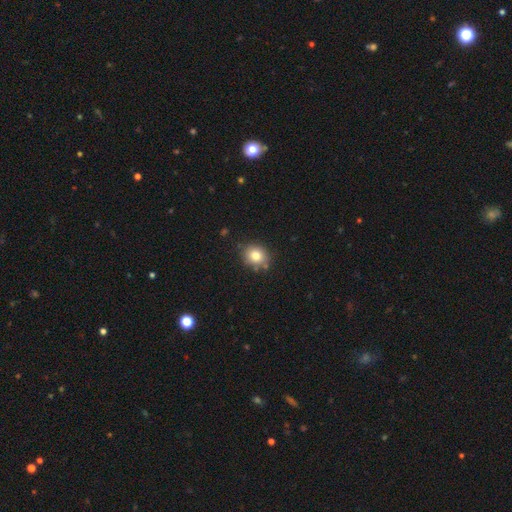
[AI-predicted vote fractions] A smooth galaxy with no disk features (80%) that is round (69%). Merging: none (80%).